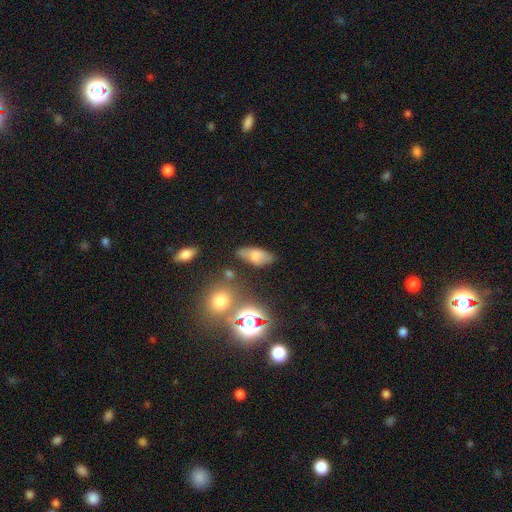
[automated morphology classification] A smooth galaxy with no disk features (67%) that is in between round and cigar-shaped (83%).

Vote fractions:
- Smooth or featured? smooth: 67% / featured or disk: 20% / star or artifact: 13%
- How rounded? in between: 83% / cigar-shaped: 12% / round: 5%
- Merging? none: 69% / minor disturbance: 20% / major disturbance: 6% / merger: 5%